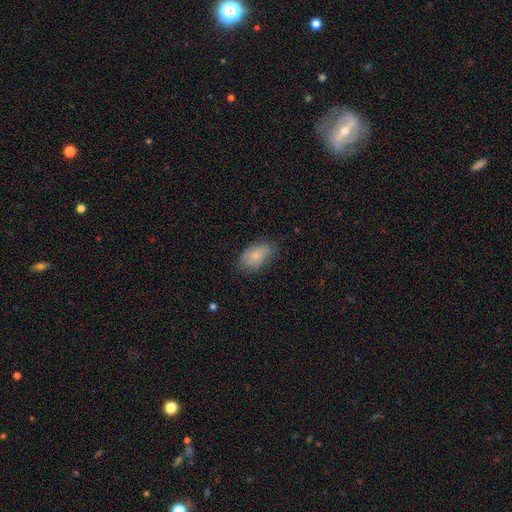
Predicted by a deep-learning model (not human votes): Smooth or featured? Predicted: smooth (p=0.76). How rounded? Predicted: in between (p=0.91). Merging? Predicted: none (p=0.69).